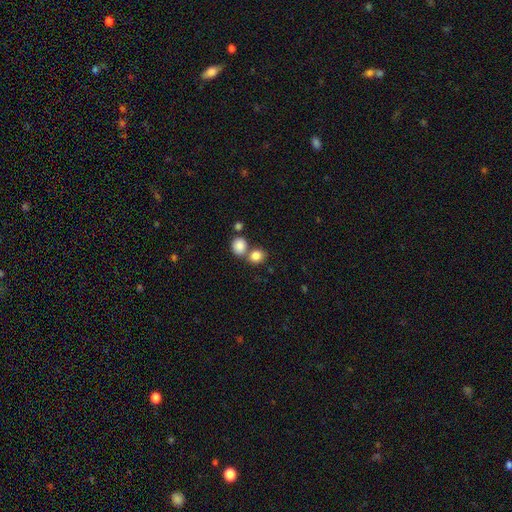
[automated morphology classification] type=smooth (84%); roundness=round (71%); merging=none (50%).